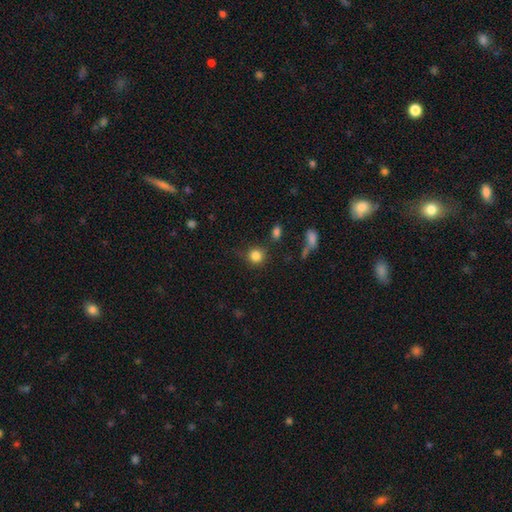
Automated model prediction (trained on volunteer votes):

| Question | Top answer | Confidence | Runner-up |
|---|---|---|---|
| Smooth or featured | smooth | 84% | star or artifact (11%) |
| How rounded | round | 90% | in between (9%) |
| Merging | none | 75% | minor disturbance (15%) |